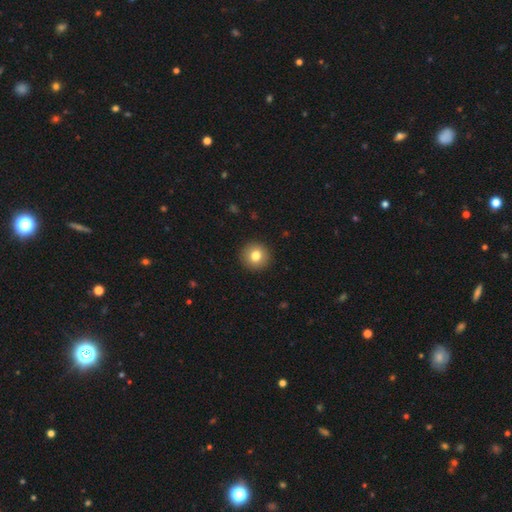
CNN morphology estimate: Overall: smooth (79%). How rounded: round (95%). Merging: none (93%).